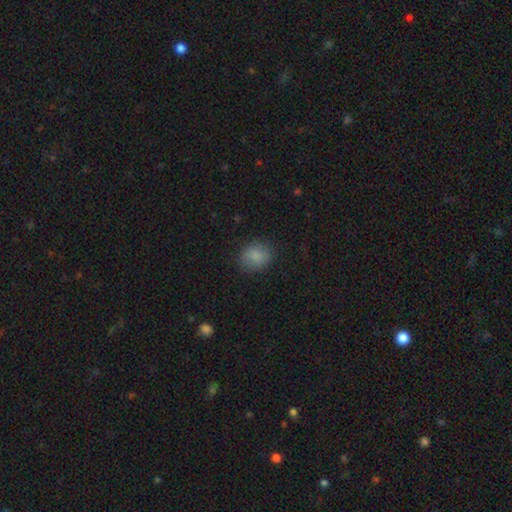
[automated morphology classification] smooth_or_featured: smooth (p=0.86) [alt: star or artifact p=0.09]
how_rounded: round (p=0.60) [alt: in between p=0.39]
merging: none (p=0.82) [alt: minor disturbance p=0.13]